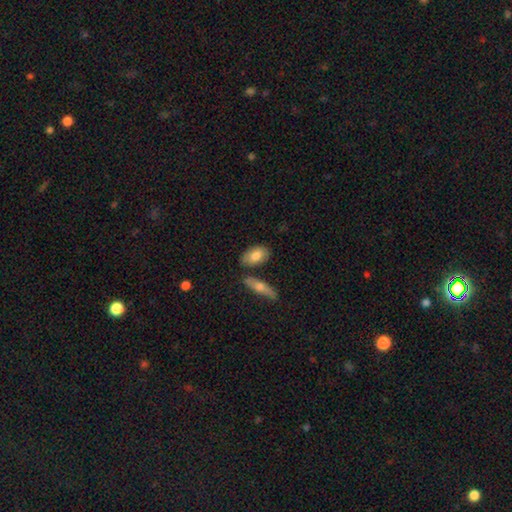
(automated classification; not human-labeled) smooth-or-featured: smooth: 77% | featured or disk: 17% | star or artifact: 6%
  how-rounded: in between: 90% | cigar-shaped: 6% | round: 5%
  merging: none: 73% | minor disturbance: 14% | merger: 10% | major disturbance: 3%